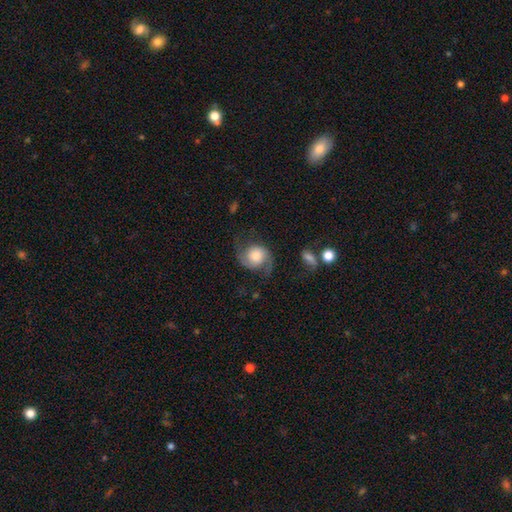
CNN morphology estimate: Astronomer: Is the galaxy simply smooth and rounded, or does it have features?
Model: featured or disk — 76%.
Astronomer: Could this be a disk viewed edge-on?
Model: no — 98%.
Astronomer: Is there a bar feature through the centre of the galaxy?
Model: no — 74%.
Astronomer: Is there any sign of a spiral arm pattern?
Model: yes — 95%.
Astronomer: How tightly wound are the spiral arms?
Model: medium — 44% (runner-up: loose, 41%).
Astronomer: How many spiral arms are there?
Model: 2 — 91%.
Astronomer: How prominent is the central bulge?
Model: large — 40% (runner-up: moderate, 29%).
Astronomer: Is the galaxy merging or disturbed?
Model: none — 64%.